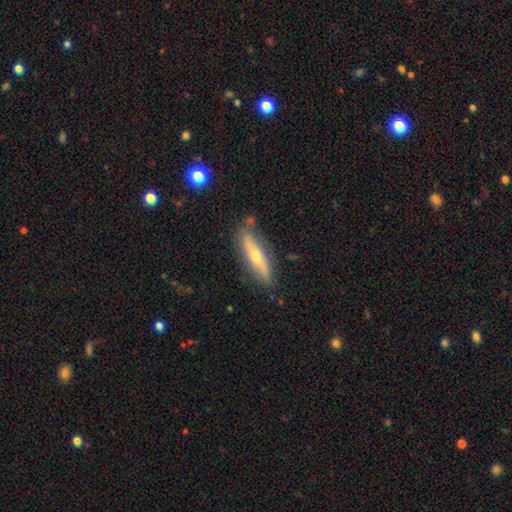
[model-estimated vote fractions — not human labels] featured or disk 61%, smooth 33%, star or artifact 7%. Down the decision tree: edge-on disk — yes (70%); merging — none (78%).